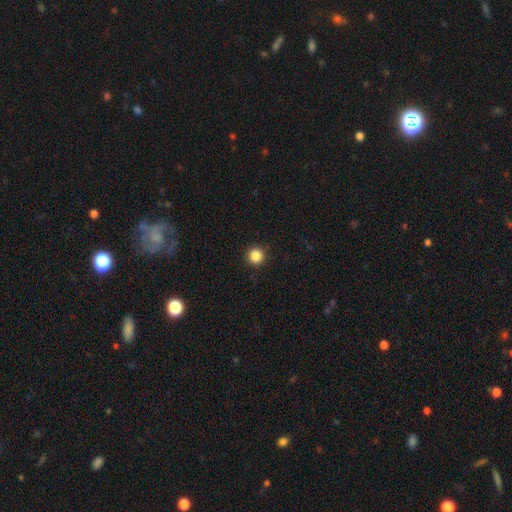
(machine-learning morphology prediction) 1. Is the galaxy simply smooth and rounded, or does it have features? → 86% smooth, 11% star or artifact, 3% featured or disk.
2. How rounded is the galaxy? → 95% round, 4% in between, 1% cigar-shaped.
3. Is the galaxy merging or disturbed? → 93% none, 5% minor disturbance, 2% major disturbance, 1% merger.